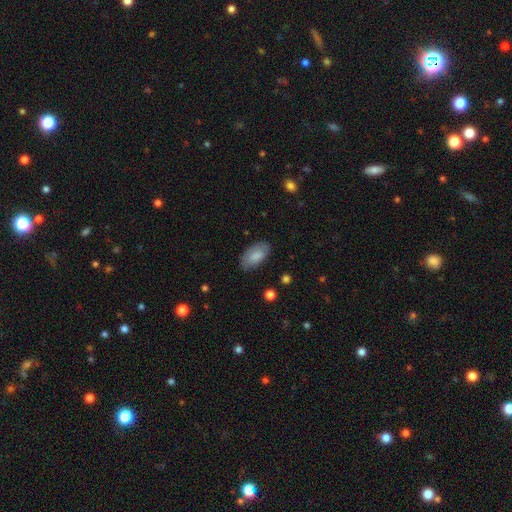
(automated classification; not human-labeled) A smooth galaxy with no disk features (83%) that is in between round and cigar-shaped (94%). Merging: none (81%).